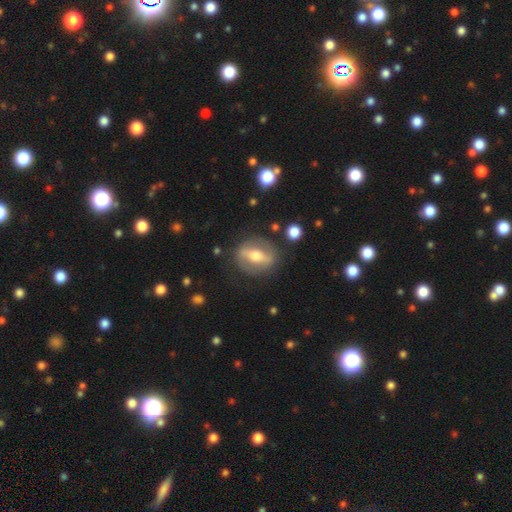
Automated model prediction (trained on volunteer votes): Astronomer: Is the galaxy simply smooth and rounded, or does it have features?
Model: featured or disk — 65%.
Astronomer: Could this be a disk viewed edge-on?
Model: no — 76%.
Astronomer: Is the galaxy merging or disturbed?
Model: none — 81%.